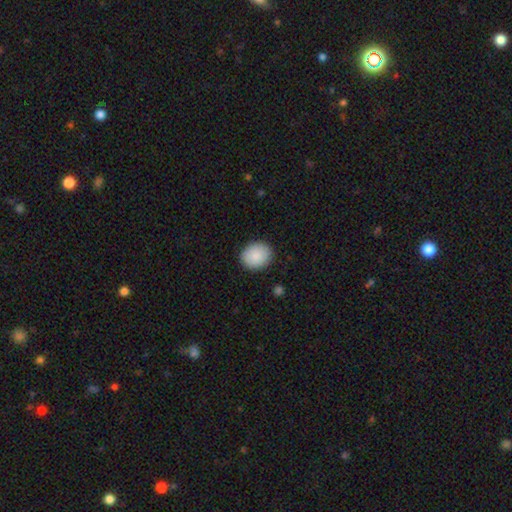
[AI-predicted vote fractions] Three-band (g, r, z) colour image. It shows a smooth galaxy with no disk features (89%) that is round (57%). Merging: none (88%).